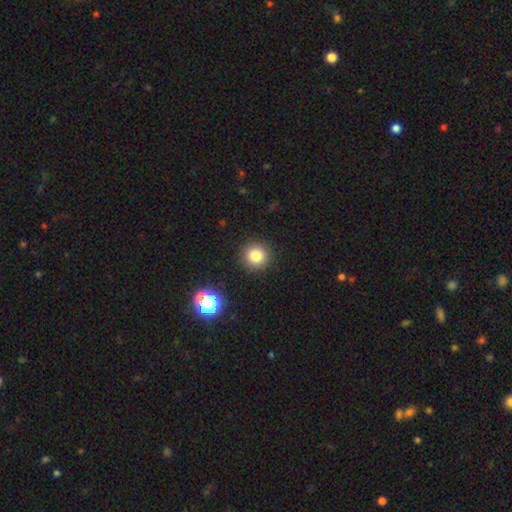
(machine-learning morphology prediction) Smooth or featured? Predicted: smooth (p=0.80). How rounded? Predicted: round (p=0.94). Merging? Predicted: none (p=0.91).